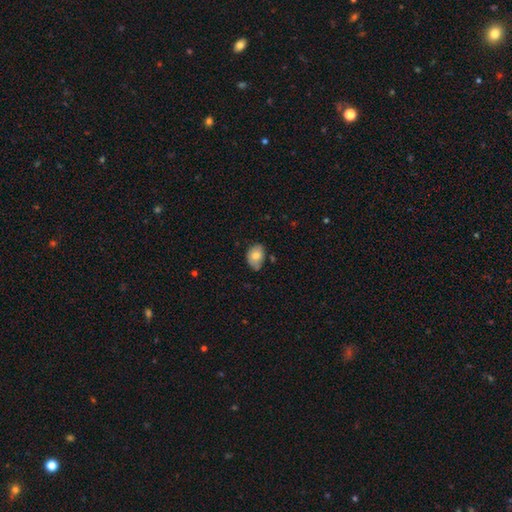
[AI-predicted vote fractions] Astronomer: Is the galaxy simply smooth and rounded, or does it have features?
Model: smooth — 78%.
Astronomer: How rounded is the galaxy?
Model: in between — 76%.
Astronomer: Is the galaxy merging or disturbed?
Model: none — 61%.